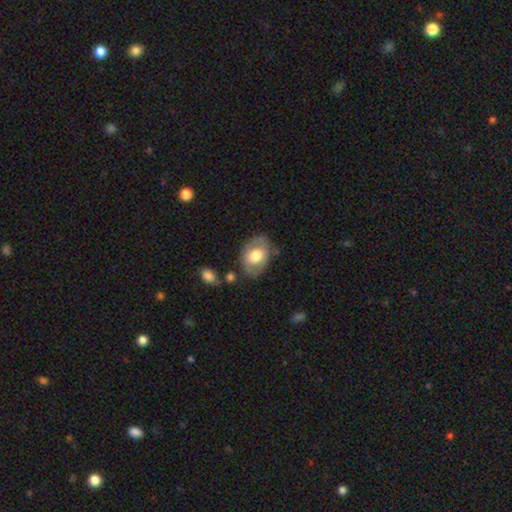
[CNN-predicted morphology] A smooth galaxy with no disk features (56%) that is in between round and cigar-shaped (79%).

Vote fractions:
- Smooth or featured? smooth: 56% / featured or disk: 38% / star or artifact: 6%
- How rounded? in between: 79% / round: 19% / cigar-shaped: 1%
- Merging? none: 69% / minor disturbance: 20% / major disturbance: 7% / merger: 4%